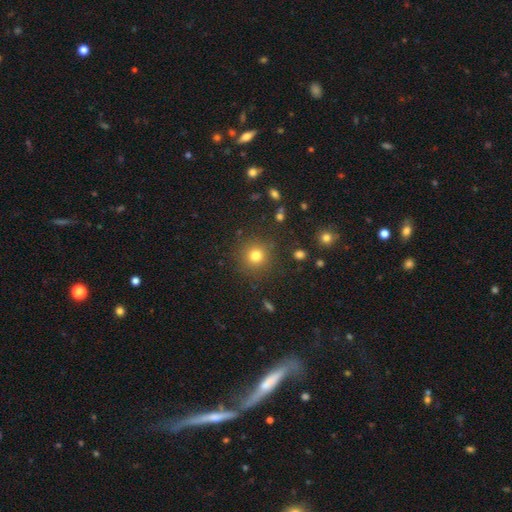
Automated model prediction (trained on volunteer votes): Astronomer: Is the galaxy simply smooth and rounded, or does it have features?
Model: smooth — 78%.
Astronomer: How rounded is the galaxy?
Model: round — 93%.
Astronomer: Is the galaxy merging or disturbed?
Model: none — 87%.